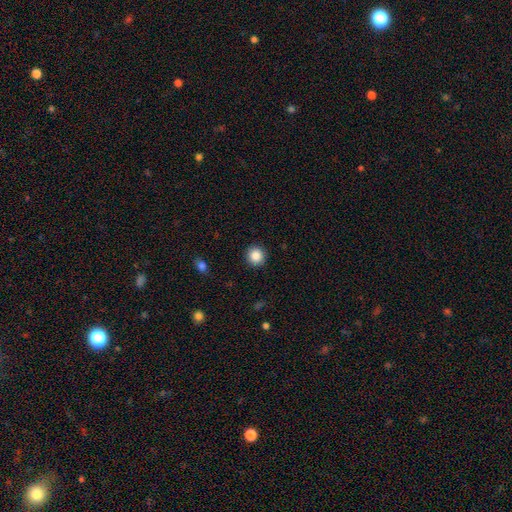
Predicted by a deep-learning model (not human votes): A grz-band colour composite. It shows a smooth galaxy with no disk features (87%) that is round (94%). Merging: none (92%).